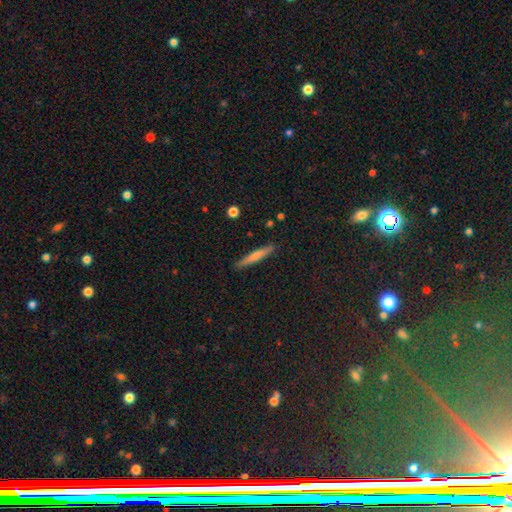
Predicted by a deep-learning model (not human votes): This is likely a smooth galaxy (60%). How rounded: clearly cigar-shaped (94%). Merging: clearly none (89%).